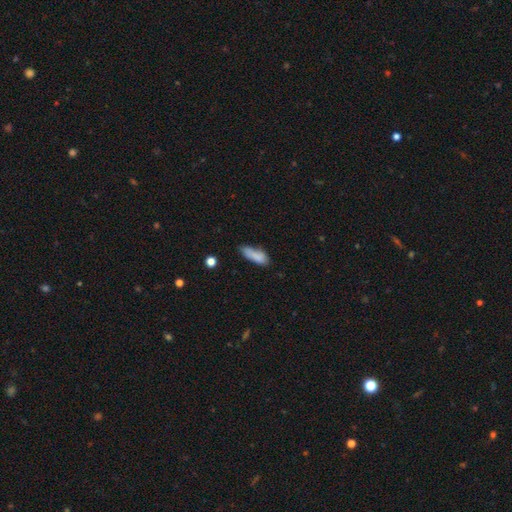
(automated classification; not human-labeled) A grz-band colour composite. It shows a smooth galaxy with no disk features (82%) that is in between round and cigar-shaped (58%). Merging: none (54%).